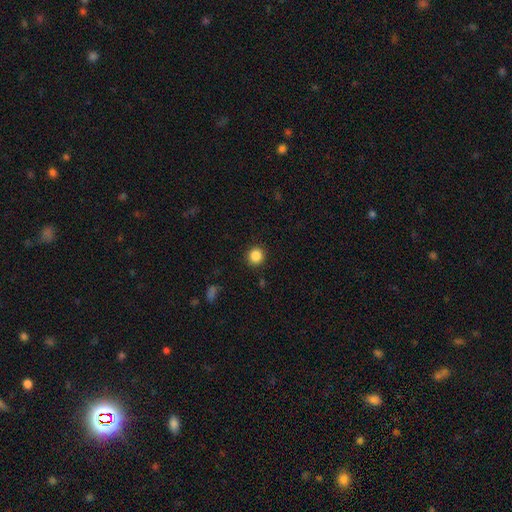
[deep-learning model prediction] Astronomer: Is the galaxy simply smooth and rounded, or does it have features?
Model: smooth — 86%.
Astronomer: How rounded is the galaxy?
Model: round — 90%.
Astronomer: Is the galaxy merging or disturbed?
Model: none — 91%.